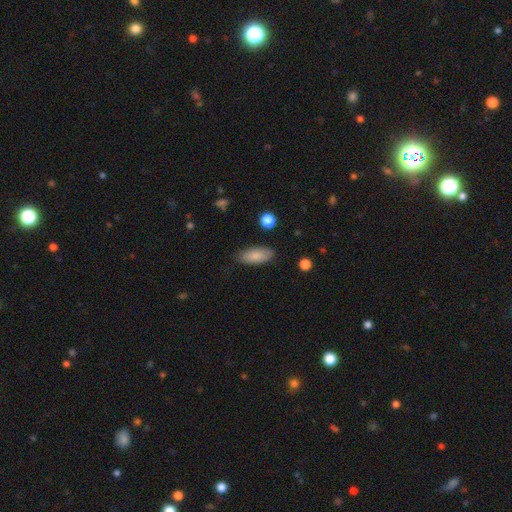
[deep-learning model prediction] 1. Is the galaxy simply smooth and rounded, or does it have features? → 85% smooth, 8% featured or disk, 6% star or artifact.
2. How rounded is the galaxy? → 84% in between, 14% cigar-shaped, 2% round.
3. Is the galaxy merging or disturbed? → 82% none, 14% minor disturbance, 3% major disturbance, 1% merger.